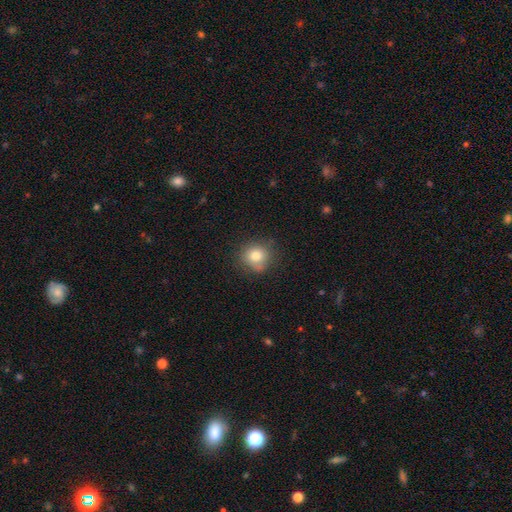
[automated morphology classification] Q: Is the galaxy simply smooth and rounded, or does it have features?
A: smooth — 79%.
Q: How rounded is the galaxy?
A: round — 87%.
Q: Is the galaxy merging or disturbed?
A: none — 76%.